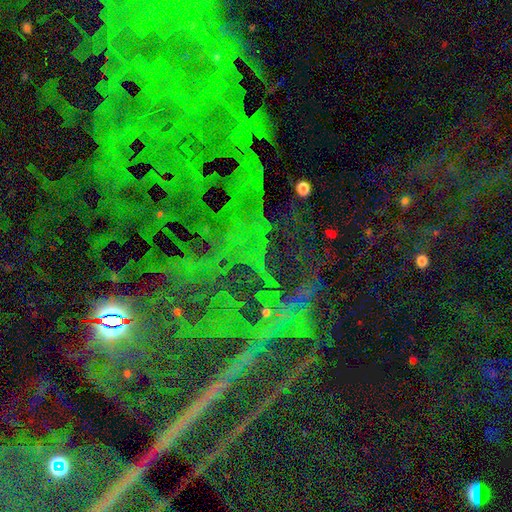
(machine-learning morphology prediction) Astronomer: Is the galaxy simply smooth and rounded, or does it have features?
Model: star or artifact — 85%.